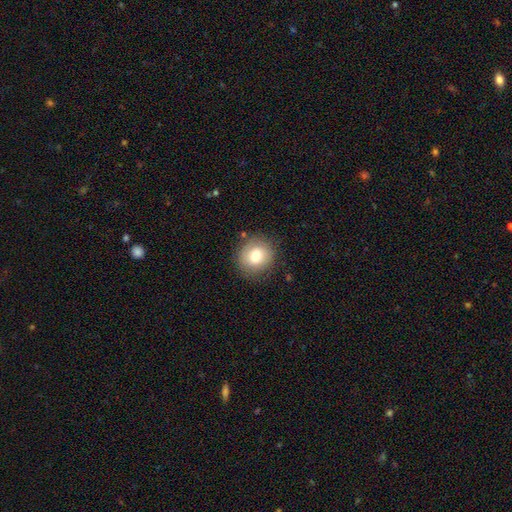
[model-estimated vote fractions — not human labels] Morphology: type=smooth (79%); roundness=round (82%); merging=none (83%).